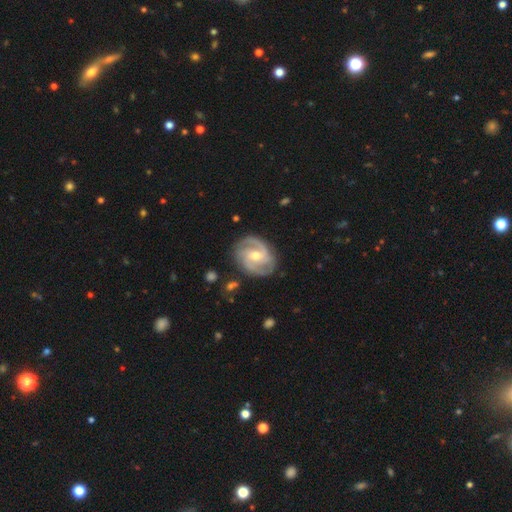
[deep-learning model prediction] smooth_or_featured: featured or disk (p=0.89) [alt: smooth p=0.07]
disk_edge_on: no (p=0.98) [alt: yes p=0.02]
bar: weak (p=0.49) [alt: no p=0.34]
has_spiral_arms: yes (p=0.97) [alt: no p=0.03]
spiral_winding: medium (p=0.48) [alt: tight p=0.40]
spiral_arm_count: 2 (p=0.47) [alt: 3 p=0.33]
bulge_size: moderate (p=0.55) [alt: small p=0.41]
merging: none (p=0.79) [alt: minor disturbance p=0.14]